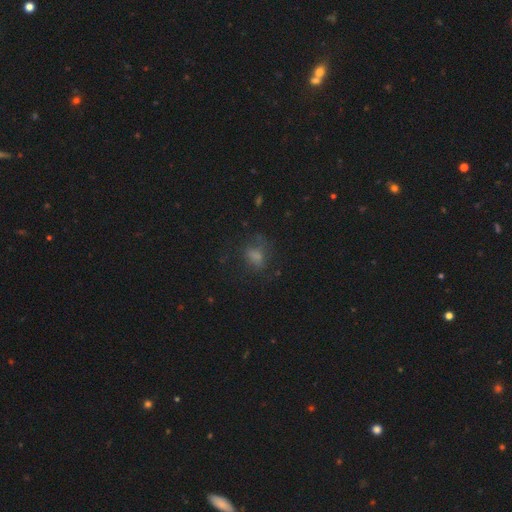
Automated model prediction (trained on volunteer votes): A smooth galaxy with no disk features (56%) that is in between round and cigar-shaped (56%). Merging: none (62%).